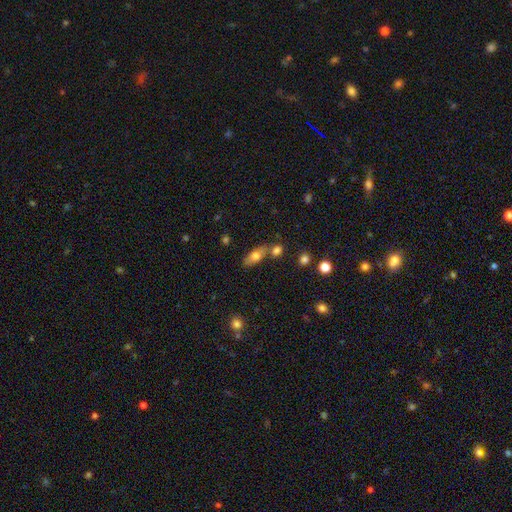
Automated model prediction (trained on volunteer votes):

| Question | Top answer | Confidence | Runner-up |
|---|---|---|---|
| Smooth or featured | smooth | 70% | featured or disk (21%) |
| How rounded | in between | 75% | cigar-shaped (20%) |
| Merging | none | 59% | merger (24%) |